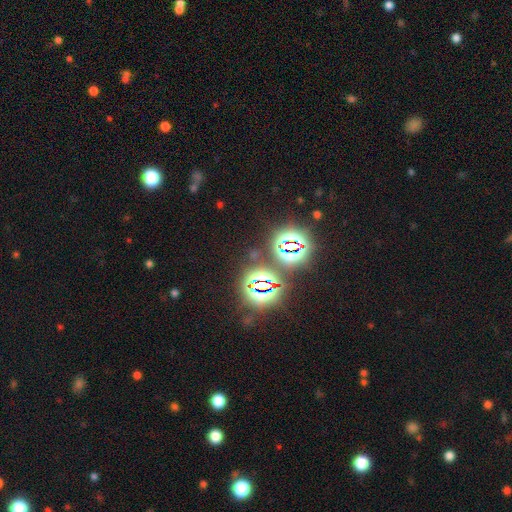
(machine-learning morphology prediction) Overall: star or artifact (78%).